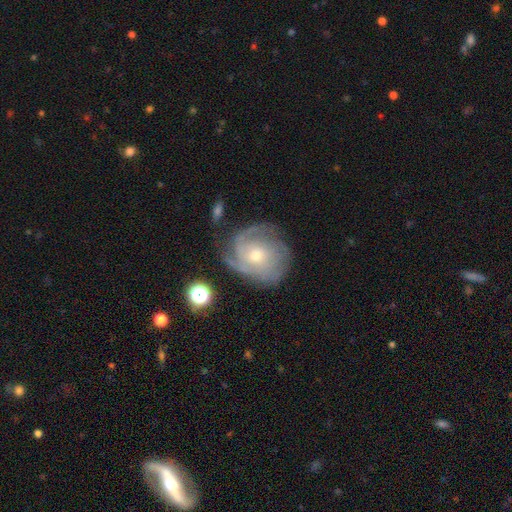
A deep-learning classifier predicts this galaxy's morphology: type=featured or disk (81%); edge-on=no (97%); bar=no (76%); spiral arms=yes (95%); winding=tight (60%); arm count=can't tell (30%, tied with 3); bulge=small (64%); merging=none (67%).